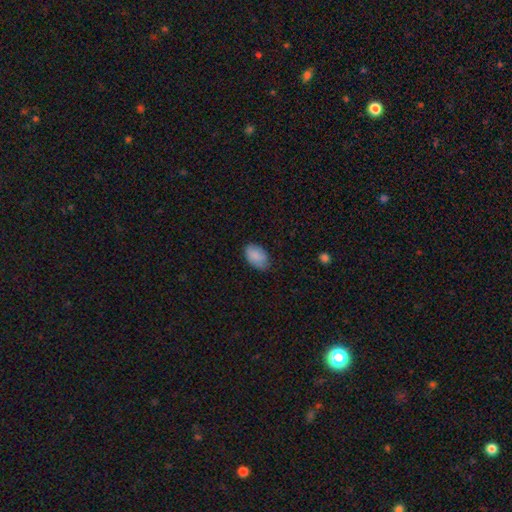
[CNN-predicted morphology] A smooth galaxy with no disk features (86%) that is in between round and cigar-shaped (90%). Merging: none (69%).